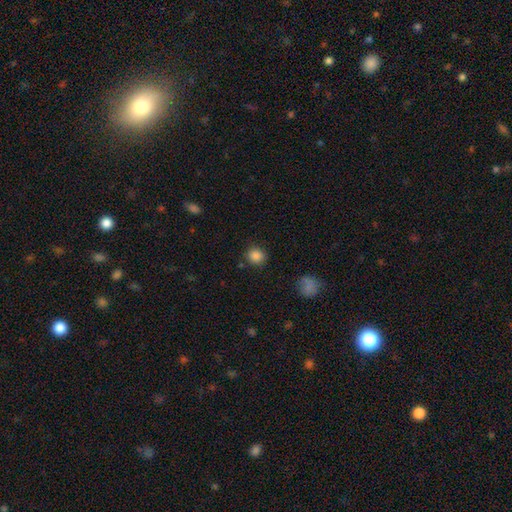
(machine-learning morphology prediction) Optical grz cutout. It shows a smooth galaxy with no disk features (85%) that is round (87%). Merging: none (85%).